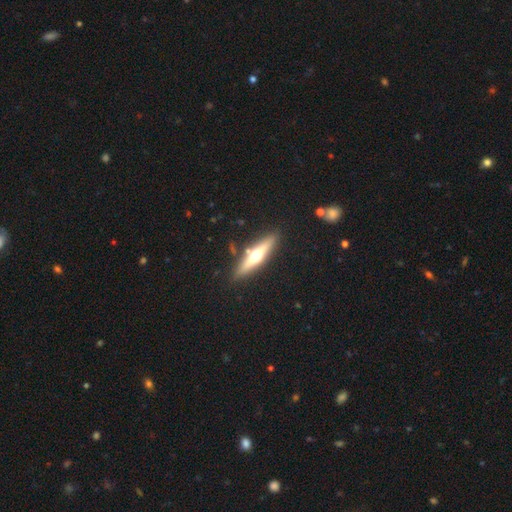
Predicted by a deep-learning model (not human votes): Morphology: type=featured or disk (62%); edge-on=yes (94%); edge-on bulge=rounded (94%); merging=none (85%).